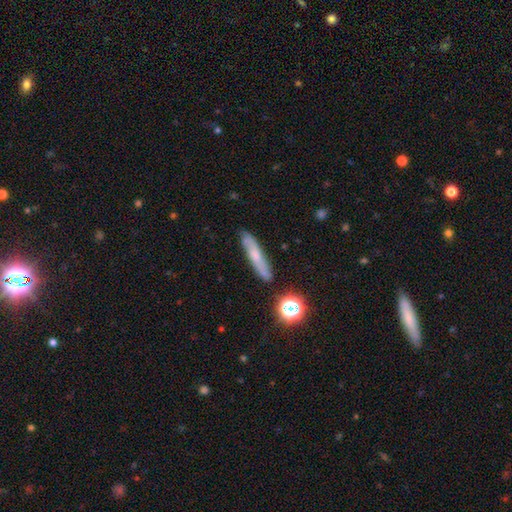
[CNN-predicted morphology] Smooth or featured: smooth — 49% (featured or disk — 40%)
Merging: none — 83% (minor disturbance — 12%)